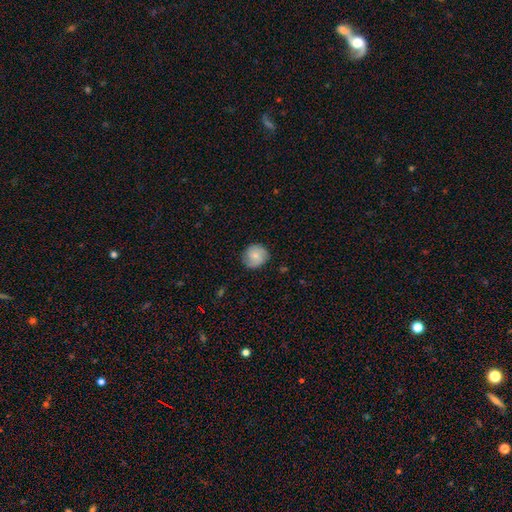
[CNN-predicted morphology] A smooth galaxy with no disk features (62%) that is round (86%). Merging: none (80%).